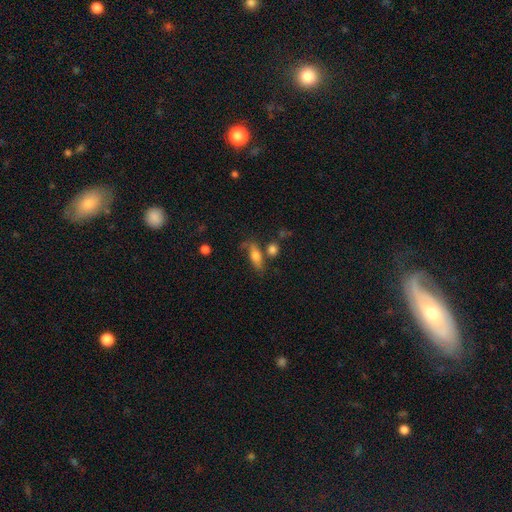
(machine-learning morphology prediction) This appears to be a smooth galaxy with no disk features (70%) that is in between round and cigar-shaped (68%). Merging: none (55%).